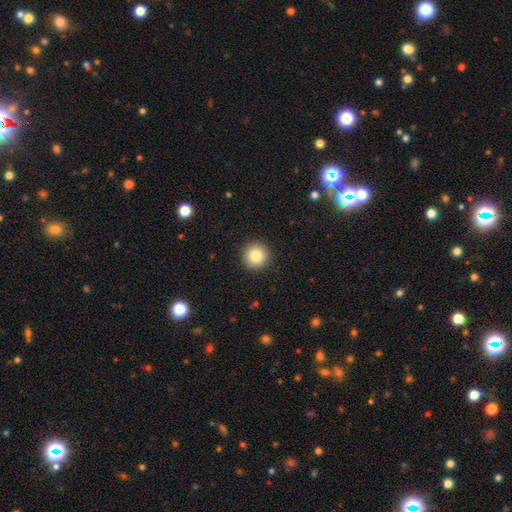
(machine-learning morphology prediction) smooth-or-featured: smooth: 82% | star or artifact: 10% | featured or disk: 8%
  how-rounded: round: 96% | in between: 3% | cigar-shaped: 1%
  merging: none: 93% | minor disturbance: 5% | major disturbance: 2% | merger: 1%